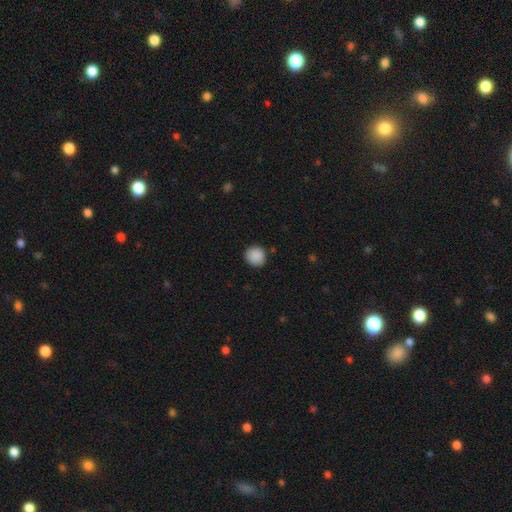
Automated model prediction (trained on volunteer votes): This appears to be a smooth galaxy with no disk features (89%) that is round (90%). Merging: none (88%).